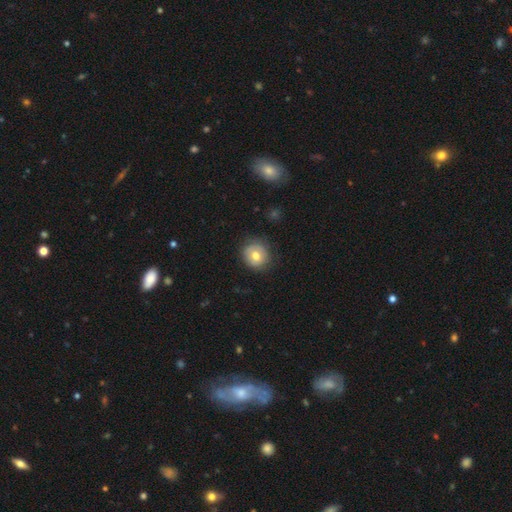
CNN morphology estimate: Smooth or featured?
  - smooth: 72% *
  - featured or disk: 19%
  - star or artifact: 9%
How rounded?
  - round: 88% *
  - in between: 12%
  - cigar-shaped: 1%
Merging?
  - none: 80% *
  - minor disturbance: 15%
  - major disturbance: 4%
  - merger: 1%